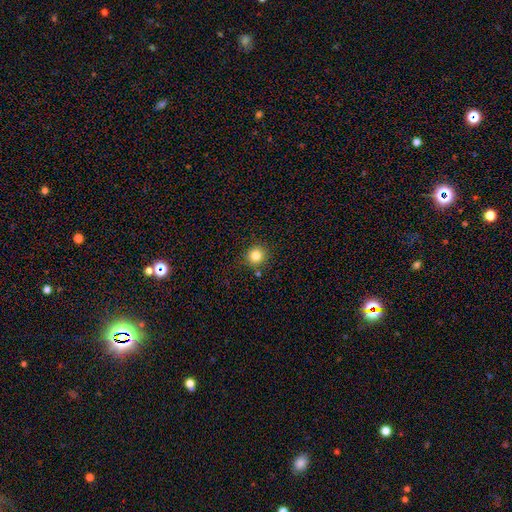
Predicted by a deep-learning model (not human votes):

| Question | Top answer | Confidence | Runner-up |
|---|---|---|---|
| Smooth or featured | smooth | 83% | star or artifact (12%) |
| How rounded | round | 92% | in between (7%) |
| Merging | none | 86% | minor disturbance (8%) |